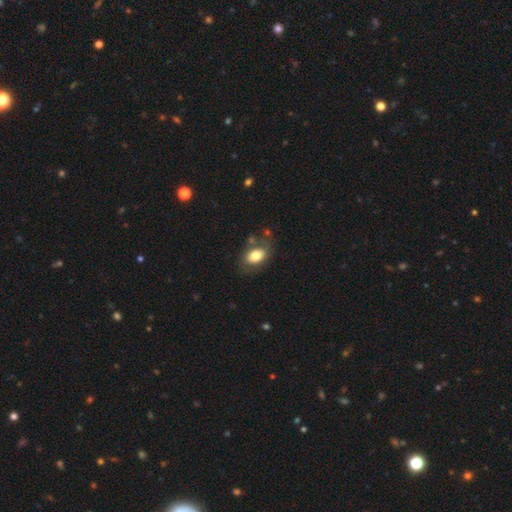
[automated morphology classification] This appears to be a smooth galaxy with no disk features (77%) that is in between round and cigar-shaped (84%). Merging: none (71%).